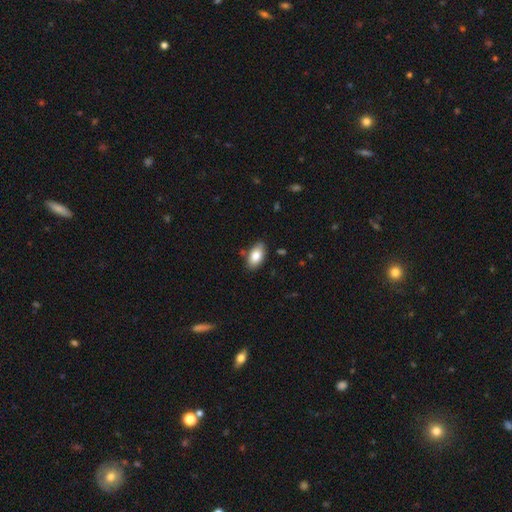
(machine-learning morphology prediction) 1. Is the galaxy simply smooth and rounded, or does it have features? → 83% smooth, 11% featured or disk, 7% star or artifact.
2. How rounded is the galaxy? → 93% in between, 4% round, 3% cigar-shaped.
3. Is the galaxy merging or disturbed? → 82% none, 14% minor disturbance, 2% major disturbance, 2% merger.